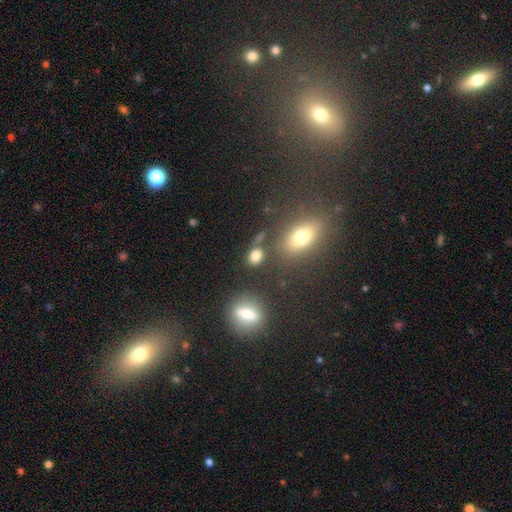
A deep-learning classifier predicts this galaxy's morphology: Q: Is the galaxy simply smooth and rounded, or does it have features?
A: smooth — 80%.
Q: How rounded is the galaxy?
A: in between — 62%.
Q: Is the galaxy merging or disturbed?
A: none — 62%.